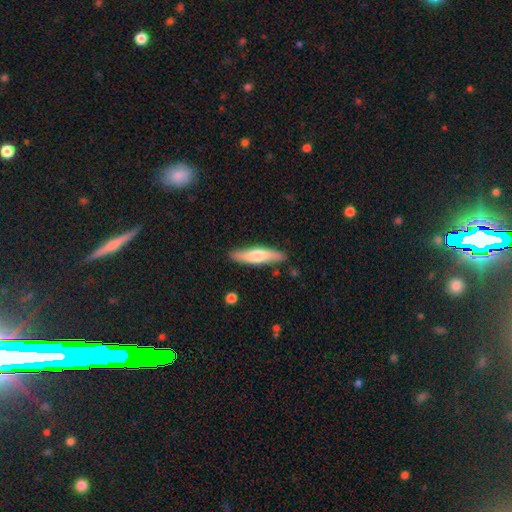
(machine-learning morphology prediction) A smooth galaxy with no disk features (56%) that is cigar-shaped (80%).

Vote fractions:
- Smooth or featured? smooth: 56% / featured or disk: 38% / star or artifact: 6%
- How rounded? cigar-shaped: 80% / in between: 18% / round: 2%
- Merging? none: 87% / minor disturbance: 10% / major disturbance: 2% / merger: 2%